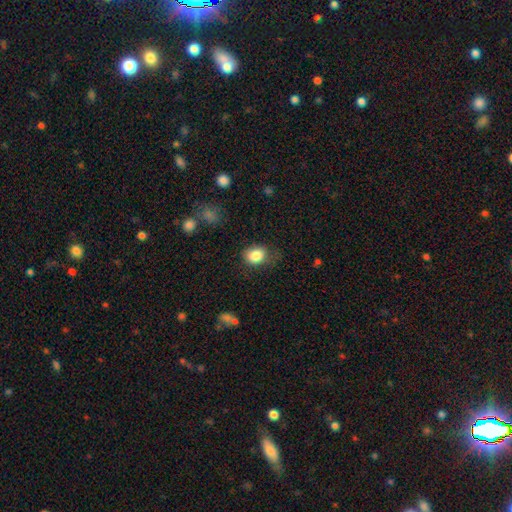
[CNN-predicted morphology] A smooth galaxy with no disk features (85%) that is in between round and cigar-shaped (52%). Merging: none (66%).